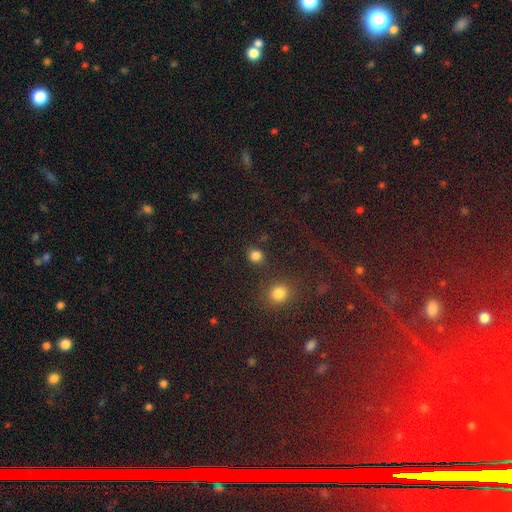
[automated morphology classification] smooth 82%, star or artifact 14%, featured or disk 4%. Down the decision tree: how rounded — round (78%); merging — none (80%).